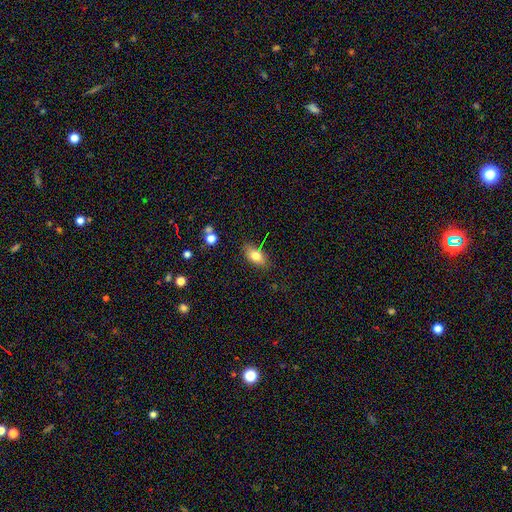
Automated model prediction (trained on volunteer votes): Overall: smooth (79%). How rounded: in between (86%). Merging: none (76%).